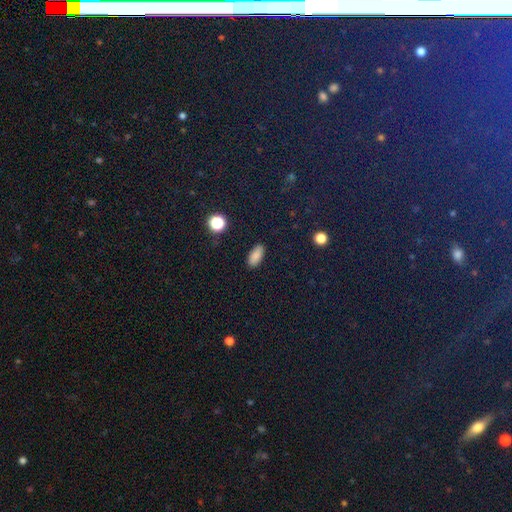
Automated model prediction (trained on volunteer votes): Smooth or featured? Predicted: smooth (p=0.85). How rounded? Predicted: in between (p=0.87). Merging? Predicted: none (p=0.88).